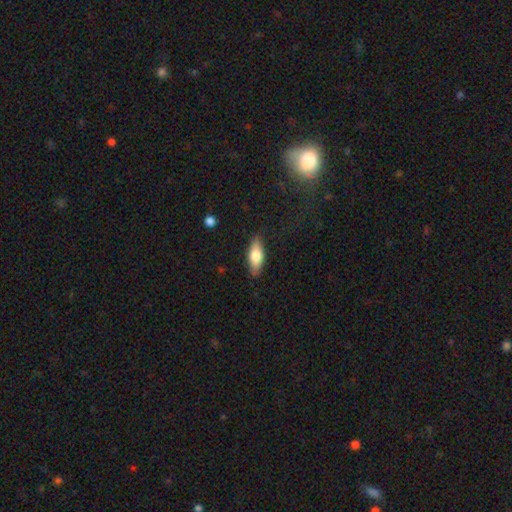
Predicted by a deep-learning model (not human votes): This appears to be a smooth galaxy with no disk features (72%) that is in between round and cigar-shaped (73%). Merging: none (85%).